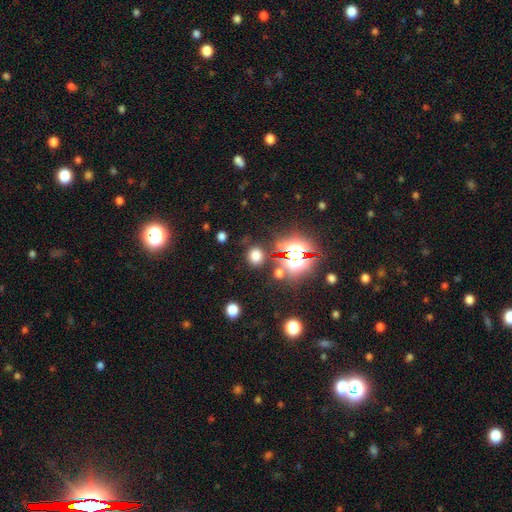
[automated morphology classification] This is likely a smooth galaxy (67%). How rounded: clearly round (82%). Merging: clearly none (84%).